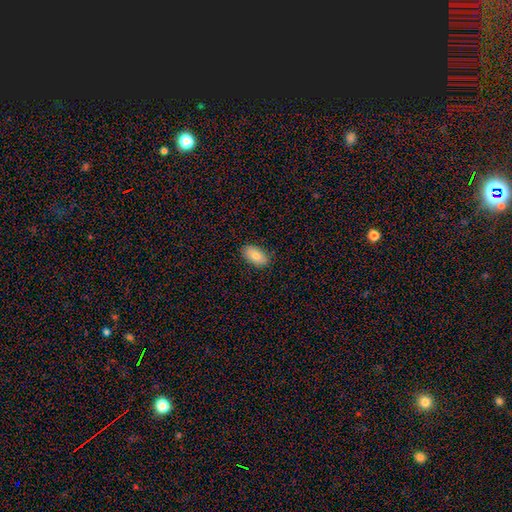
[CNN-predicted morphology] This appears to be a smooth galaxy with no disk features (82%) that is in between round and cigar-shaped (94%). Merging: none (87%).